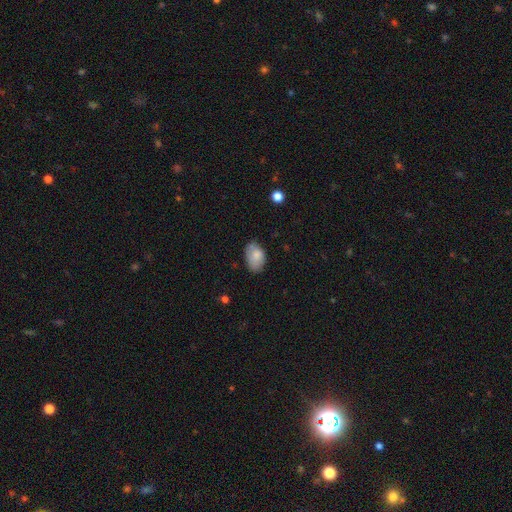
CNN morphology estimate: type=smooth (81%); roundness=in between (90%); merging=none (64%).